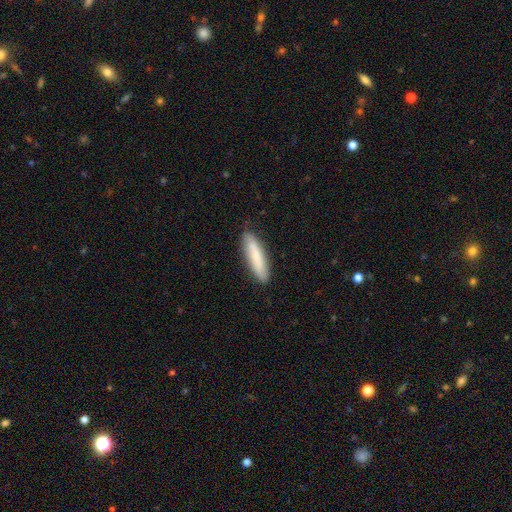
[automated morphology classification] Q: Smooth or featured?
A: smooth (78%); runner-up: featured or disk (15%)
Q: How rounded?
A: cigar-shaped (78%); runner-up: in between (21%)
Q: Merging?
A: none (86%); runner-up: minor disturbance (11%)